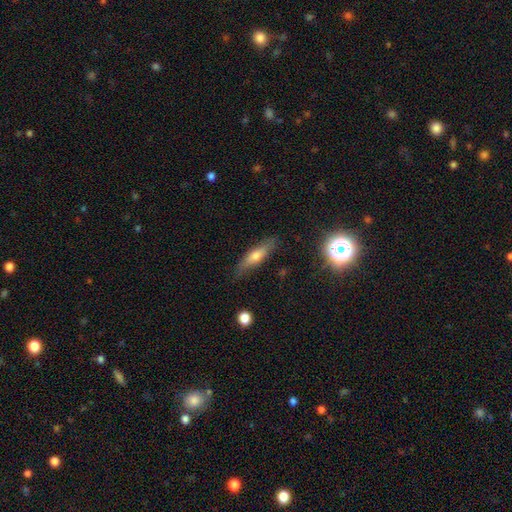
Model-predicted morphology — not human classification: A smooth galaxy with no disk features (54%) that is cigar-shaped (70%). Merging: none (79%).